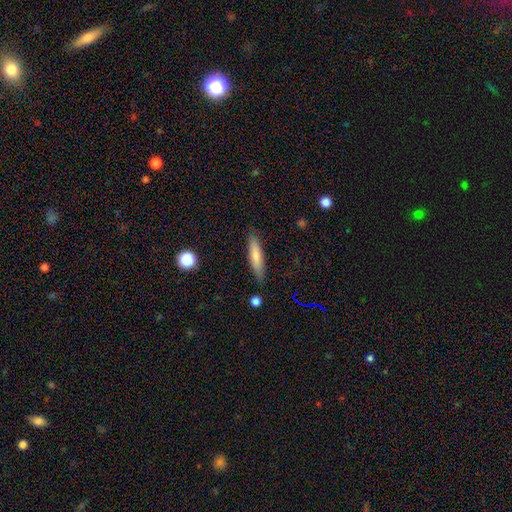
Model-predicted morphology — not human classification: Smooth or featured? Predicted: smooth (p=0.75). How rounded? Predicted: cigar-shaped (p=0.83). Merging? Predicted: none (p=0.86).